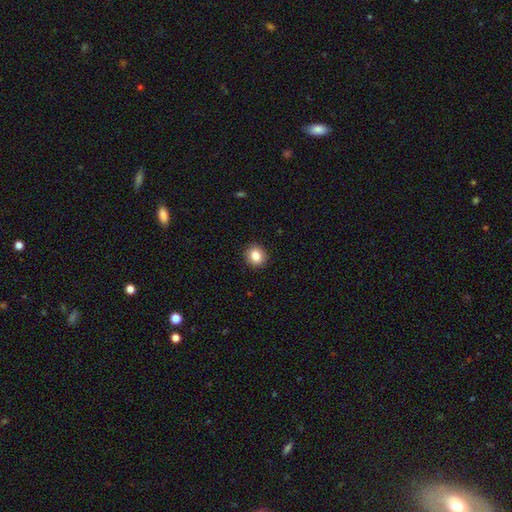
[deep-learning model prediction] Smooth or featured? Predicted: smooth (p=0.85). How rounded? Predicted: round (p=0.77). Merging? Predicted: none (p=0.91).